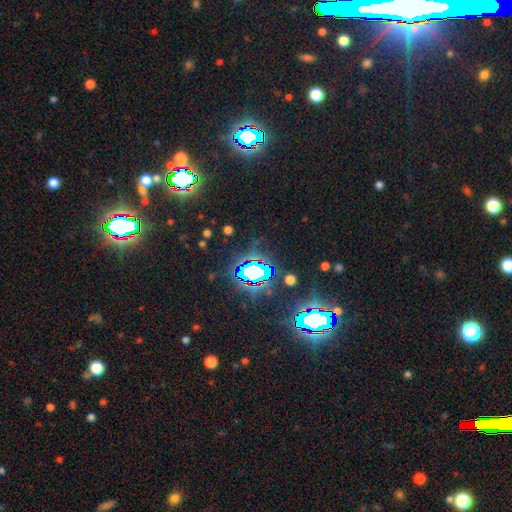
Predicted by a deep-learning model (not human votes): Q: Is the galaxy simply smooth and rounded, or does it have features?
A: star or artifact — 83%.